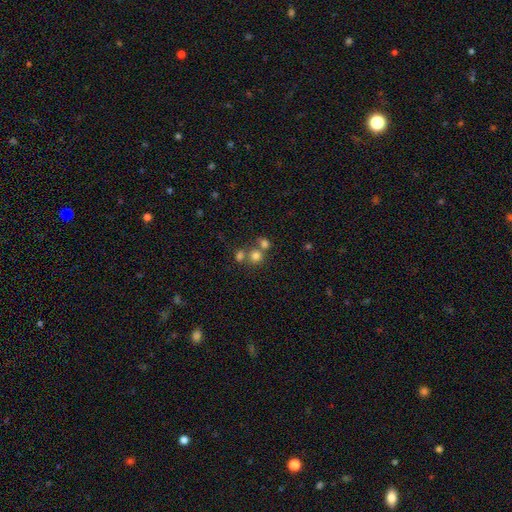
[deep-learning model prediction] Morphology: type=smooth (74%); roundness=round (86%); merging=none (54%).